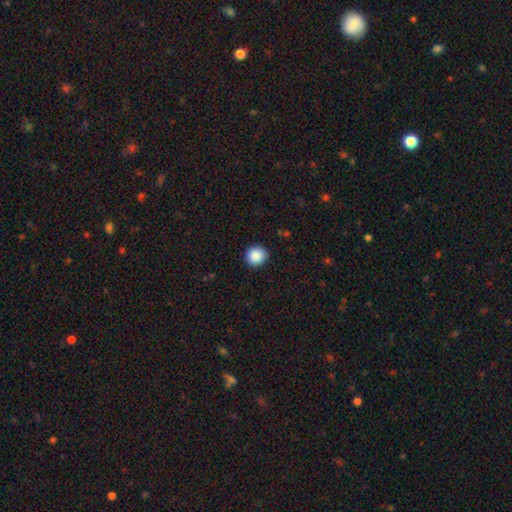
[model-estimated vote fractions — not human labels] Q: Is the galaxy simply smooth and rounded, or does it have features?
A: smooth — 88%.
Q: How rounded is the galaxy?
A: round — 92%.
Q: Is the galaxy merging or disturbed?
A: none — 91%.